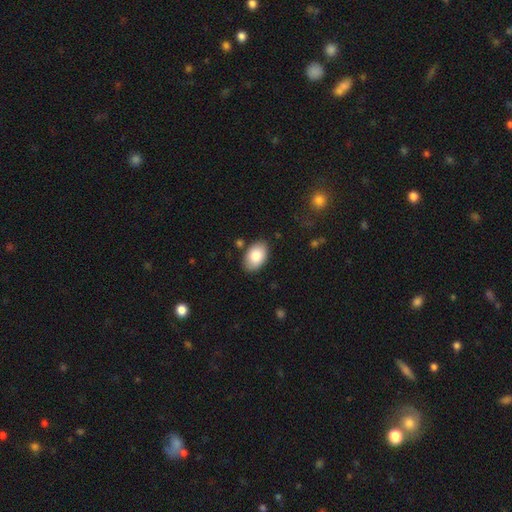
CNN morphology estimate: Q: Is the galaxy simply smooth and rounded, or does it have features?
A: smooth — 84%.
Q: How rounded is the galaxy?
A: in between — 92%.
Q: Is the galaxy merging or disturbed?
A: none — 84%.